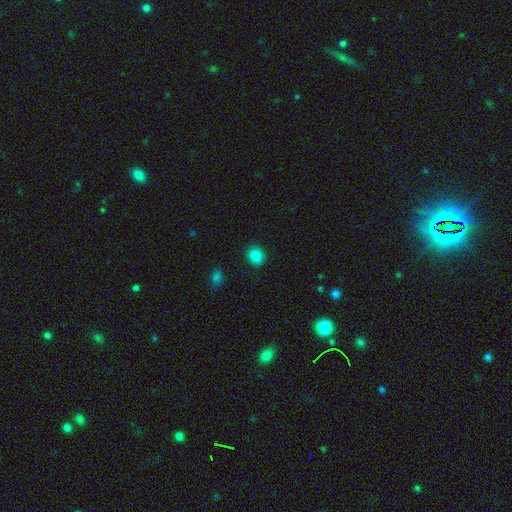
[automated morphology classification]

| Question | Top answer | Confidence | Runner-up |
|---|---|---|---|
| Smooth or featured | smooth | 84% | star or artifact (10%) |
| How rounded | round | 74% | in between (25%) |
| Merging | none | 91% | minor disturbance (6%) |